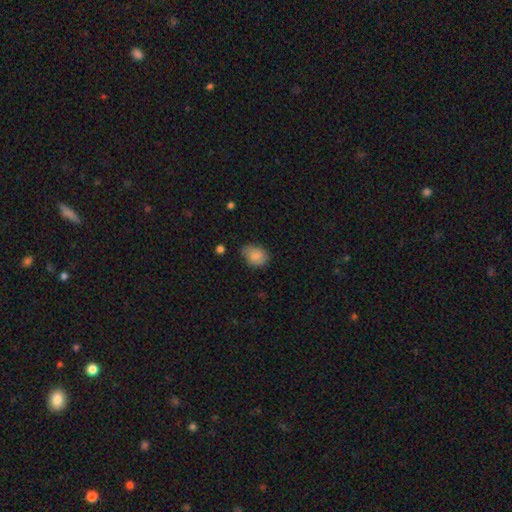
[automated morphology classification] smooth_or_featured: smooth (p=0.86) [alt: star or artifact p=0.08]
how_rounded: in between (p=0.70) [alt: round p=0.29]
merging: none (p=0.66) [alt: minor disturbance p=0.27]